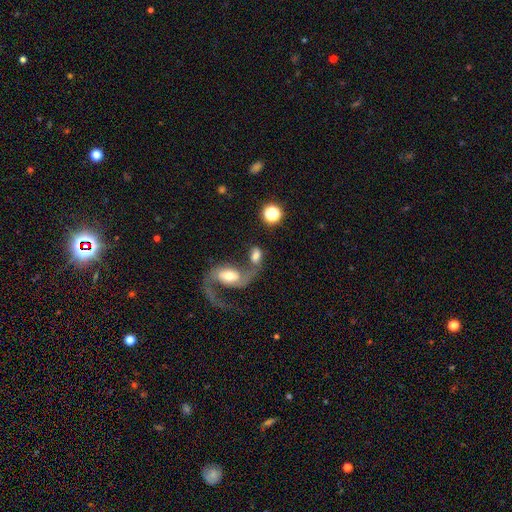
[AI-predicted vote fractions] Morphology: type=smooth (49%); merging=merger (53%).